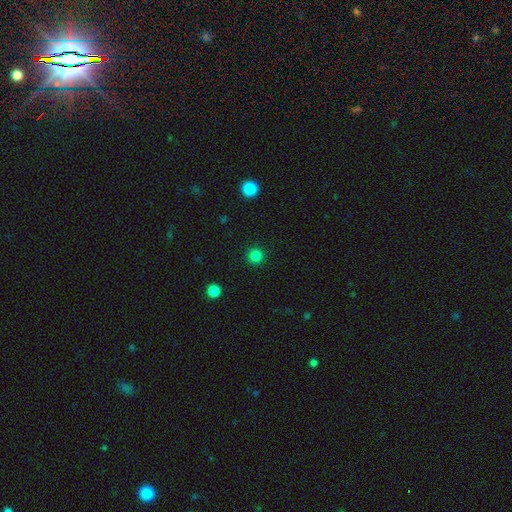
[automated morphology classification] Overall: smooth (84%). How rounded: round (96%). Merging: none (92%).